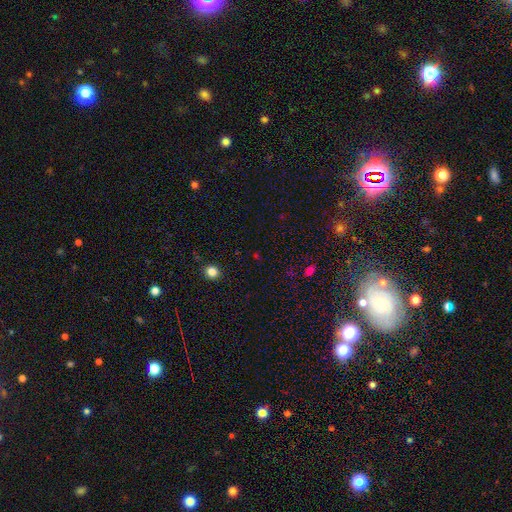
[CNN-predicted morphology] Smooth or featured: smooth — 49% (star or artifact — 46%)
Merging: none — 87% (minor disturbance — 6%)